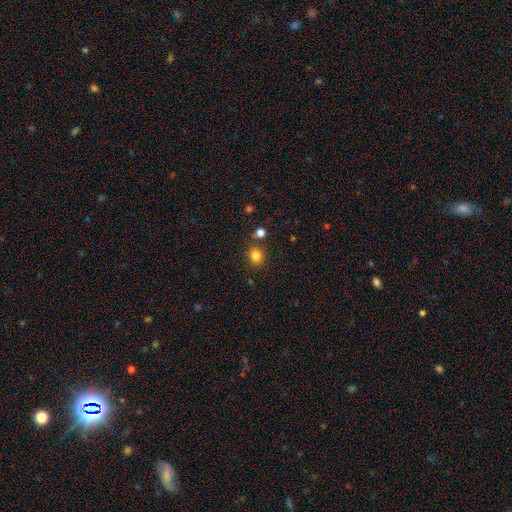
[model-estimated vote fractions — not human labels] smooth_or_featured: smooth (p=0.82) [alt: star or artifact p=0.13]
how_rounded: round (p=0.69) [alt: in between p=0.30]
merging: none (p=0.80) [alt: minor disturbance p=0.09]